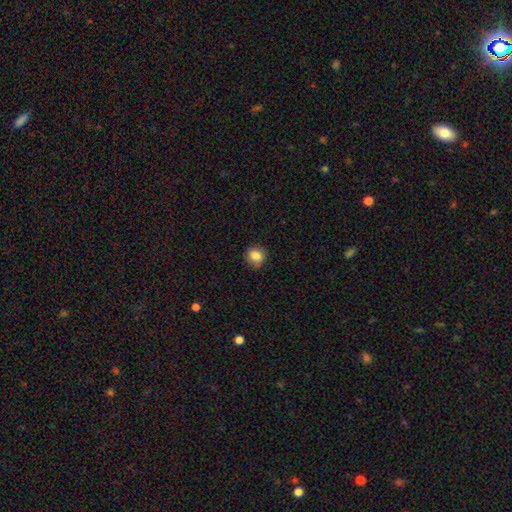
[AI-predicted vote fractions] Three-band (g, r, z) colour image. It shows a smooth galaxy with no disk features (84%) that is round (79%). Merging: none (84%).